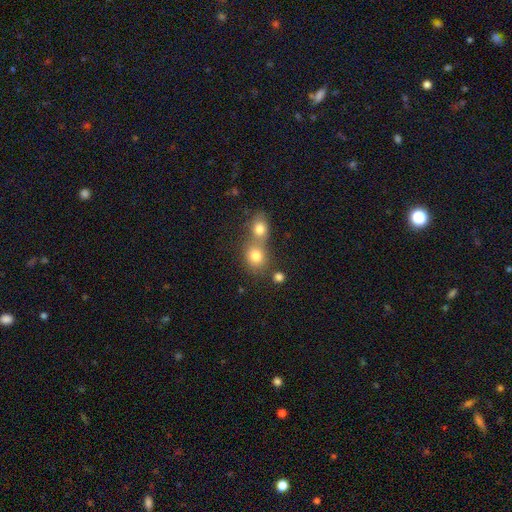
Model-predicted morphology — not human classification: Smooth or featured?
  - smooth: 79% *
  - star or artifact: 11%
  - featured or disk: 10%
How rounded?
  - round: 72% *
  - in between: 26%
  - cigar-shaped: 1%
Merging?
  - merger: 55% *
  - none: 35%
  - minor disturbance: 7%
  - major disturbance: 3%